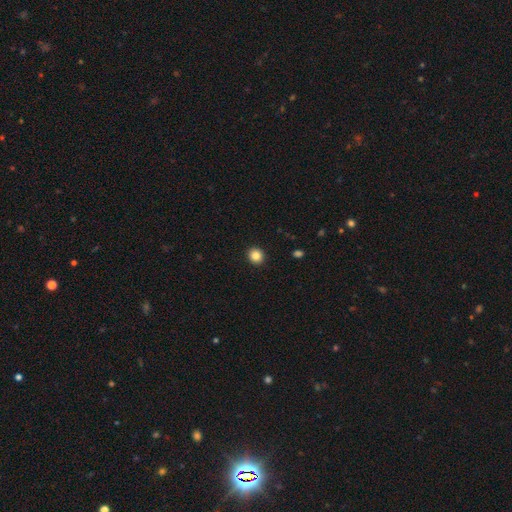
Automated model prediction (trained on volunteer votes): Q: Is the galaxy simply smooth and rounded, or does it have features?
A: smooth — 85%.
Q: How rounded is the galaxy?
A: round — 87%.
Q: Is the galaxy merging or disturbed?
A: none — 93%.